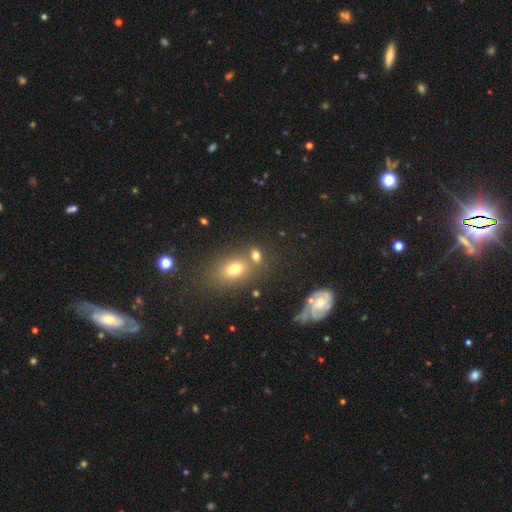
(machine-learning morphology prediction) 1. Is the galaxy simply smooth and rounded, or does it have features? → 68% smooth, 17% star or artifact, 14% featured or disk.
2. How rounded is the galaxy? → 68% in between, 29% round, 3% cigar-shaped.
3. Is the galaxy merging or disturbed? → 57% none, 26% merger, 12% minor disturbance, 5% major disturbance.